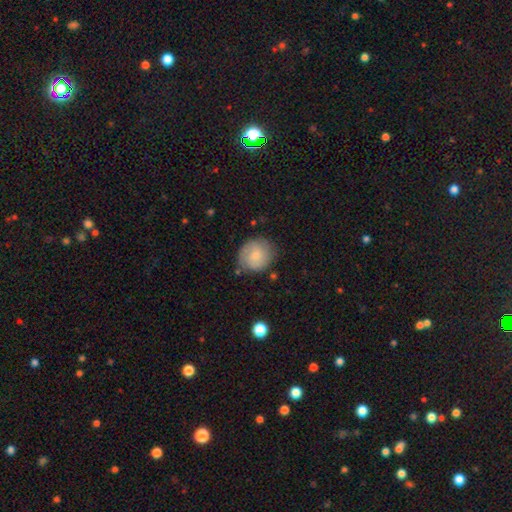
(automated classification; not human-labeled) This is likely a smooth galaxy (64%). How rounded: clearly round (82%). Merging: likely none (72%).